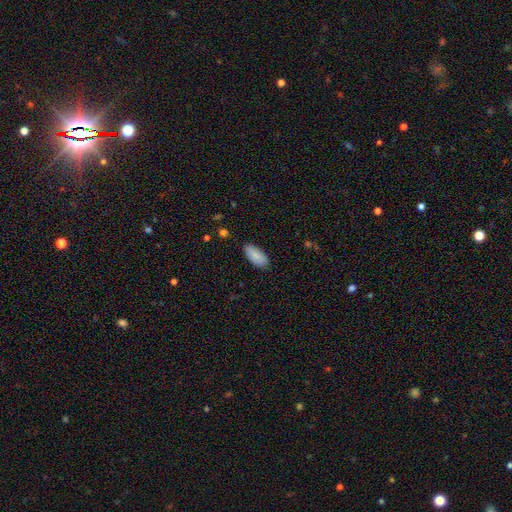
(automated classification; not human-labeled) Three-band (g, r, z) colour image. It shows a smooth galaxy with no disk features (86%) that is in between round and cigar-shaped (91%). Merging: none (85%).